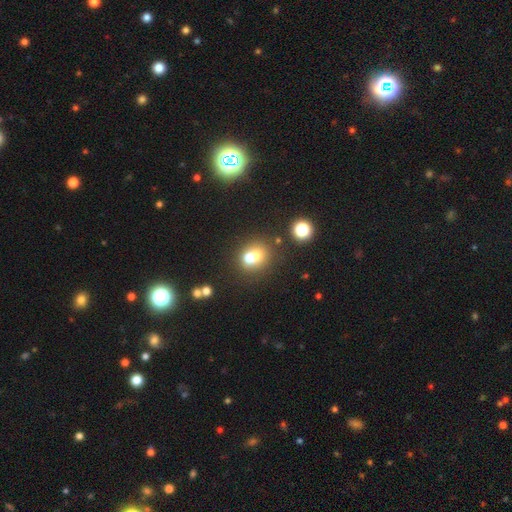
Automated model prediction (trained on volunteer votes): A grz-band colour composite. It shows a smooth galaxy with no disk features (64%) that is round (70%). Merging: merger (50%).